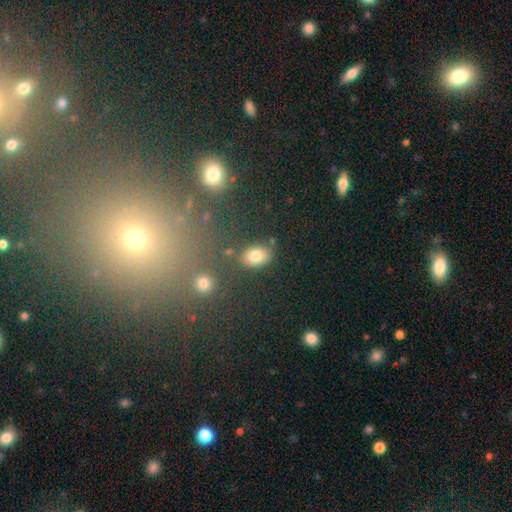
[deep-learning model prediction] Smooth or featured: smooth — 79% (star or artifact — 12%)
How rounded: in between — 74% (round — 24%)
Merging: none — 76% (minor disturbance — 14%)